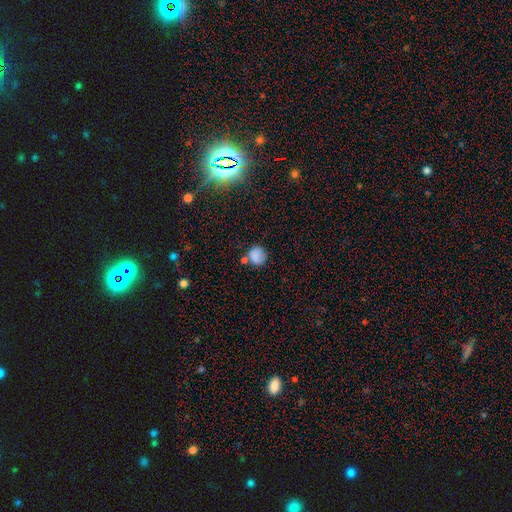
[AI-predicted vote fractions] Smooth or featured: smooth — 81% (star or artifact — 11%)
How rounded: round — 80% (in between — 19%)
Merging: none — 60% (minor disturbance — 20%)